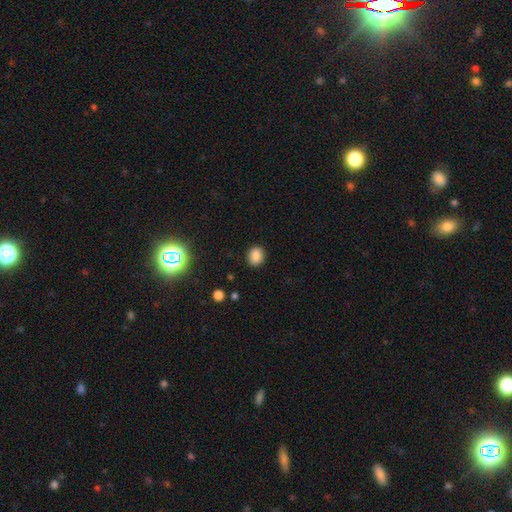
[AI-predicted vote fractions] smooth-or-featured: smooth: 85% | star or artifact: 11% | featured or disk: 4%
  how-rounded: round: 66% | in between: 33% | cigar-shaped: 1%
  merging: none: 89% | minor disturbance: 8% | major disturbance: 2% | merger: 1%